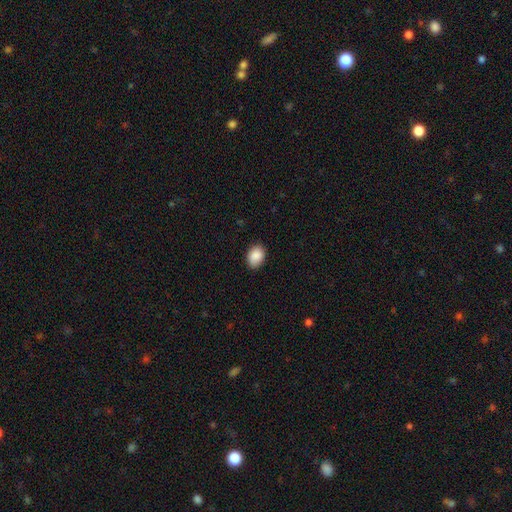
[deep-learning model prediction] smooth-or-featured: smooth: 90% | star or artifact: 7% | featured or disk: 4%
  how-rounded: in between: 79% | round: 20% | cigar-shaped: 1%
  merging: none: 85% | minor disturbance: 12% | major disturbance: 2% | merger: 1%